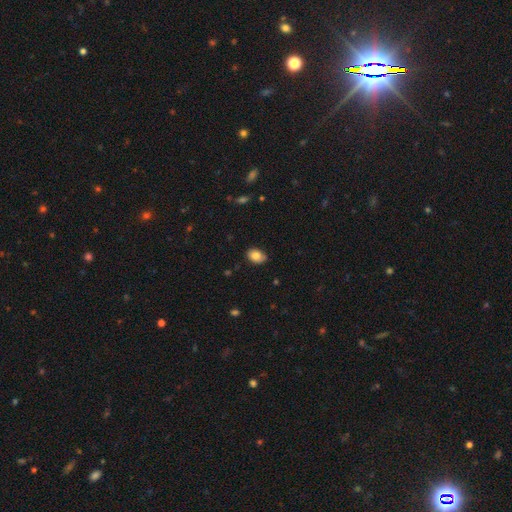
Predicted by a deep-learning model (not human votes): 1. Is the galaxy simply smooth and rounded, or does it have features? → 83% smooth, 9% featured or disk, 8% star or artifact.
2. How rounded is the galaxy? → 82% in between, 16% round, 1% cigar-shaped.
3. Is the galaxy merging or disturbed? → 81% none, 16% minor disturbance, 2% major disturbance, 1% merger.